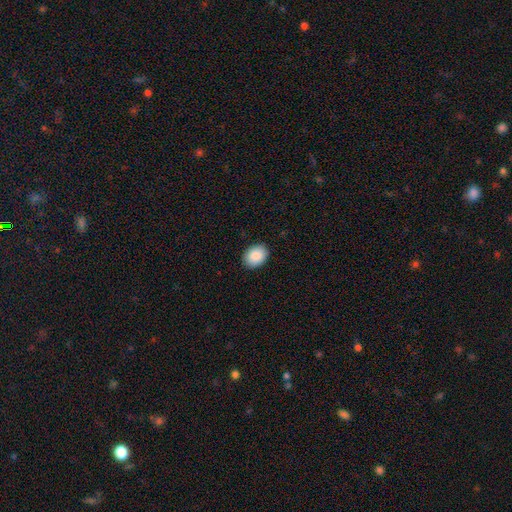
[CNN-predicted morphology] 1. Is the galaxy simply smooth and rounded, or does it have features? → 89% smooth, 7% star or artifact, 4% featured or disk.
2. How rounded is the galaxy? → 69% in between, 30% round, 1% cigar-shaped.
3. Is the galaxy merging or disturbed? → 90% none, 7% minor disturbance, 2% major disturbance, 1% merger.